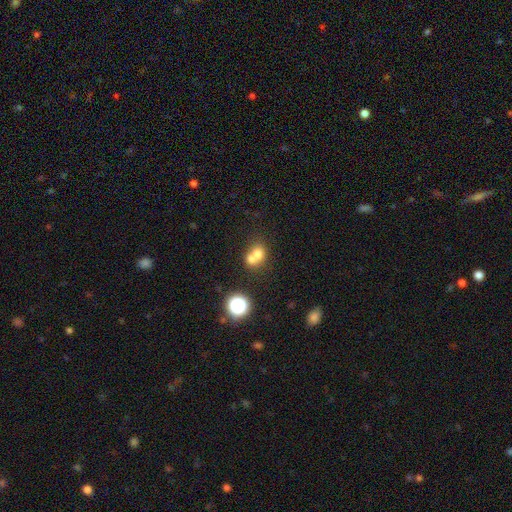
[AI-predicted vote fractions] This appears to be a smooth galaxy with no disk features (68%) that is round (68%). Merging: merger (63%).